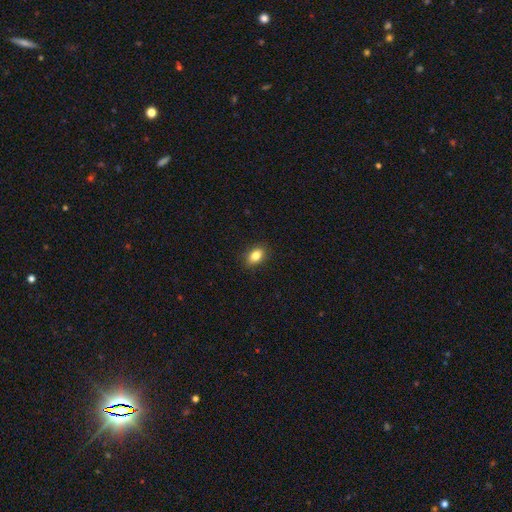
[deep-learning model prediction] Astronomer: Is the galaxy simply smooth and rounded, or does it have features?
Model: smooth — 84%.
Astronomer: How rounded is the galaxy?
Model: in between — 81%.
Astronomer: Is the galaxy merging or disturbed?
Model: none — 87%.